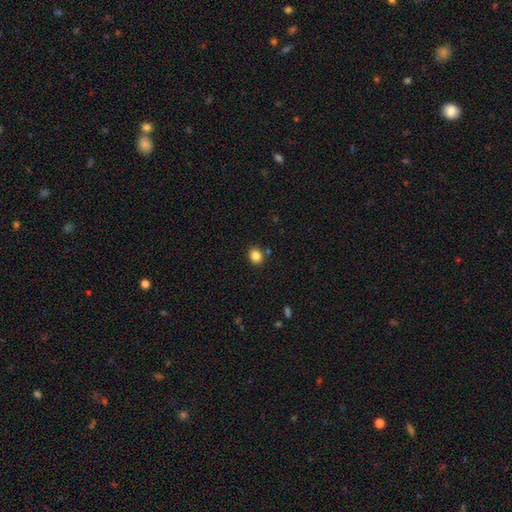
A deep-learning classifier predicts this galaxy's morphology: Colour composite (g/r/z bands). It shows a smooth galaxy with no disk features (85%) that is round (65%). Merging: none (85%).